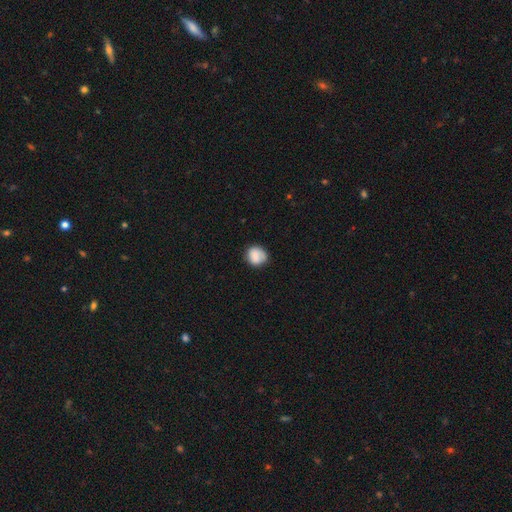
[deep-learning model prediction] Smooth or featured? Predicted: smooth (p=0.81). How rounded? Predicted: round (p=0.78). Merging? Predicted: none (p=0.69).